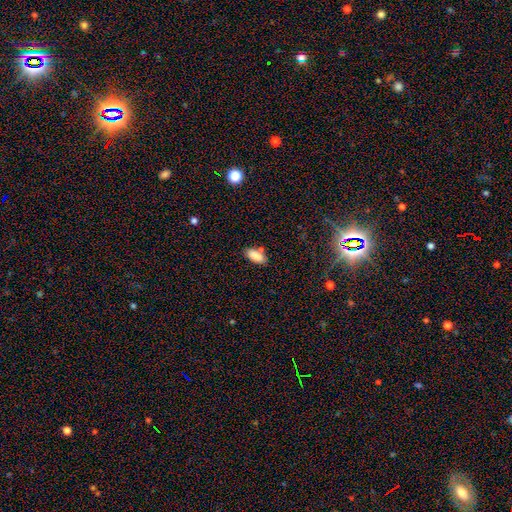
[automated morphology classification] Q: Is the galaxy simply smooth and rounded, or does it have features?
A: smooth — 86%.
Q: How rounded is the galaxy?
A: in between — 86%.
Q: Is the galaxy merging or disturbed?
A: none — 75%.